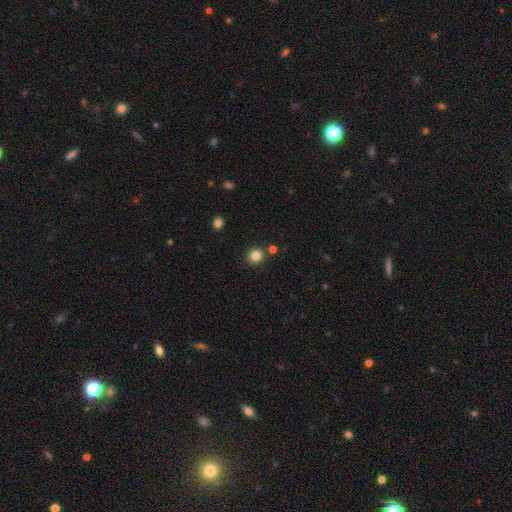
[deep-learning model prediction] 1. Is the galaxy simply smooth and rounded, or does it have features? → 83% smooth, 12% star or artifact, 5% featured or disk.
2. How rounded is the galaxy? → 92% round, 7% in between, 1% cigar-shaped.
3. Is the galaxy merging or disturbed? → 86% none, 7% minor disturbance, 5% merger, 2% major disturbance.